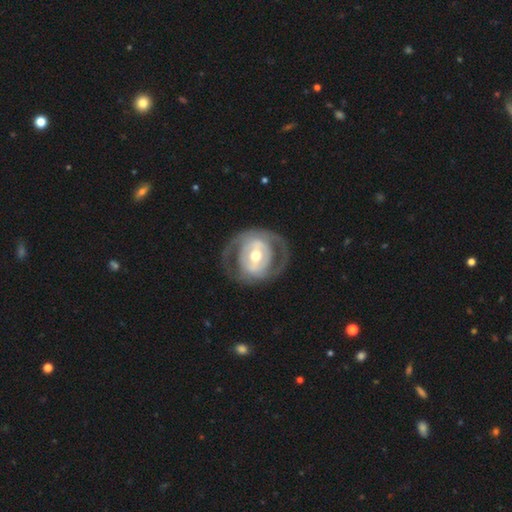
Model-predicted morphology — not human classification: Smooth or featured?
  - featured or disk: 72% *
  - smooth: 24%
  - star or artifact: 5%
Edge-on disk?
  - no: 95% *
  - yes: 5%
Bar?
  - strong: 36% *
  - weak: 32%
  - no: 32%
Spiral arms?
  - no: 59% *
  - yes: 41%
Bulge size?
  - moderate: 69% *
  - small: 19%
  - large: 10%
  - dominant: 1%
  - none: 1%
Merging?
  - none: 74% *
  - minor disturbance: 13%
  - major disturbance: 12%
  - merger: 1%